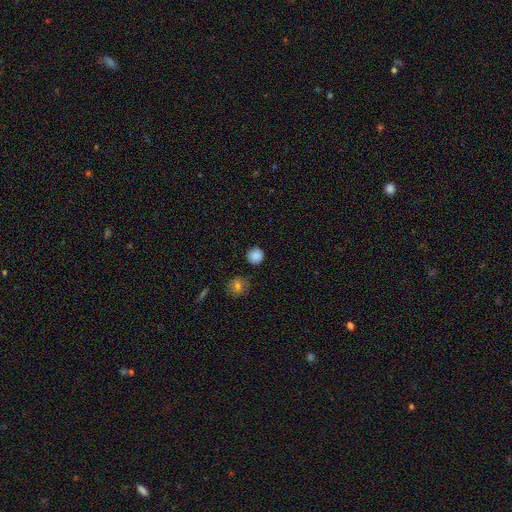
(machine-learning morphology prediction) A smooth galaxy with no disk features (85%) that is round (94%).

Vote fractions:
- Smooth or featured? smooth: 85% / star or artifact: 11% / featured or disk: 4%
- How rounded? round: 94% / in between: 5% / cigar-shaped: 1%
- Merging? none: 88% / minor disturbance: 7% / major disturbance: 2% / merger: 2%